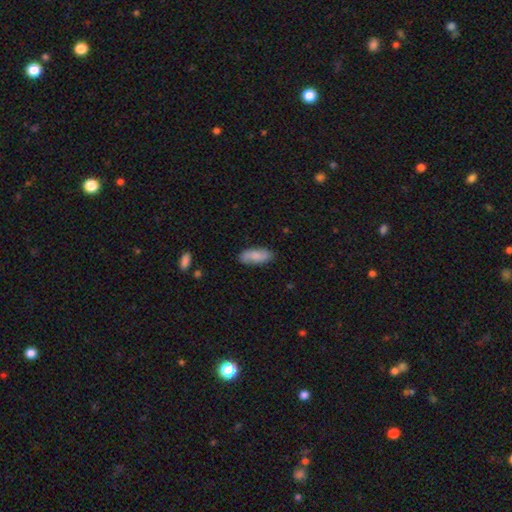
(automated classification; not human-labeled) Smooth or featured? smooth (76%)
How rounded? in between (82%)
Merging? none (82%)